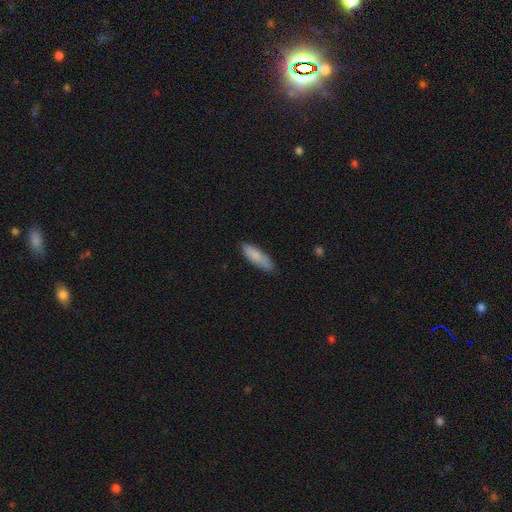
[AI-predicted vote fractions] smooth-or-featured: smooth: 83% | featured or disk: 11% | star or artifact: 6%
  how-rounded: in between: 49% (tied) | cigar-shaped: 49% (tied) | round: 2%
  merging: none: 78% | minor disturbance: 17% | major disturbance: 3% | merger: 1%